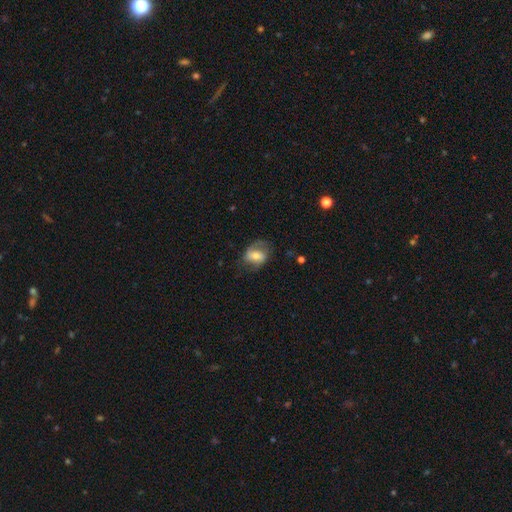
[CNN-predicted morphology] featured or disk 48%, smooth 45%, star or artifact 8%. Down the decision tree: merging — none (56%).